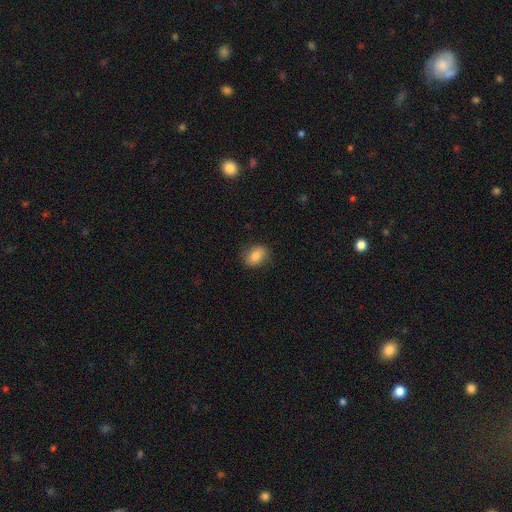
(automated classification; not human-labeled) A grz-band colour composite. It shows a smooth galaxy with no disk features (82%) that is in between round and cigar-shaped (61%). Merging: none (84%).